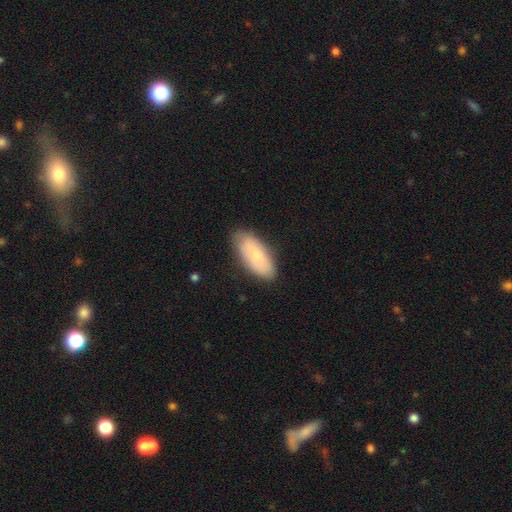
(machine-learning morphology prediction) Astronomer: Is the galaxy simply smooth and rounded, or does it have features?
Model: smooth — 72%.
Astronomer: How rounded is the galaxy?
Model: in between — 87%.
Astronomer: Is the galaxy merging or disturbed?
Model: none — 81%.